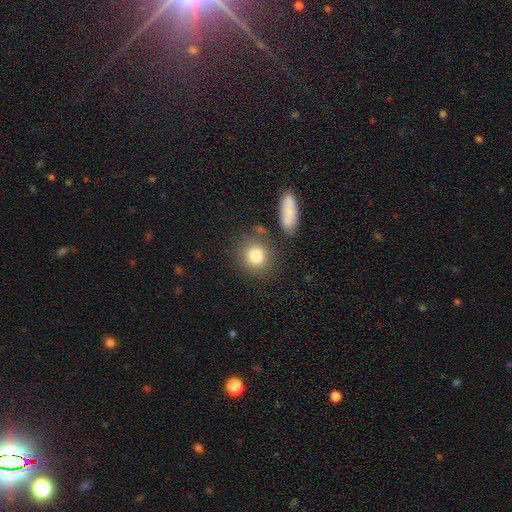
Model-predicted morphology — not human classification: The model was most divided on "merging": none: 79%, minor disturbance: 10%, merger: 7%, major disturbance: 4%. More confident: how rounded — round (85%); smooth or featured — smooth (82%).